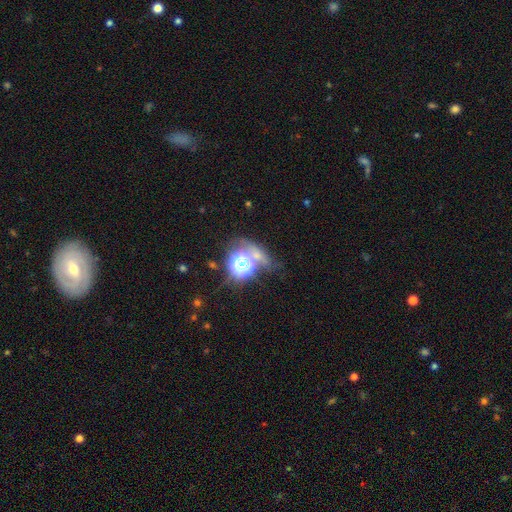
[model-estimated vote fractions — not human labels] This appears to be a star or artifact, not a galaxy (57%).